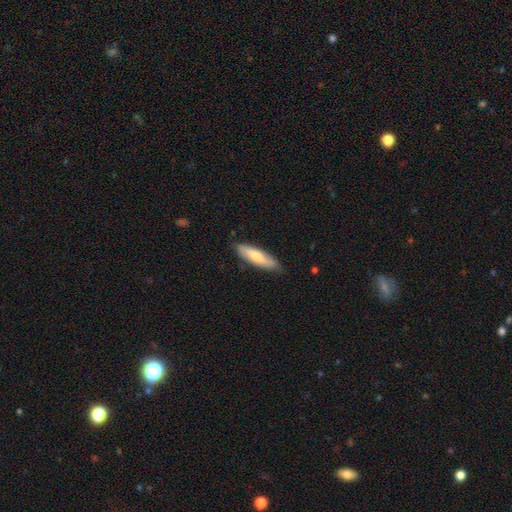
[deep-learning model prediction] A smooth galaxy with no disk features (65%) that is cigar-shaped (64%).

Vote fractions:
- Smooth or featured? smooth: 65% / featured or disk: 29% / star or artifact: 5%
- How rounded? cigar-shaped: 64% / in between: 35% / round: 2%
- Merging? none: 82% / minor disturbance: 14% / major disturbance: 2% / merger: 1%